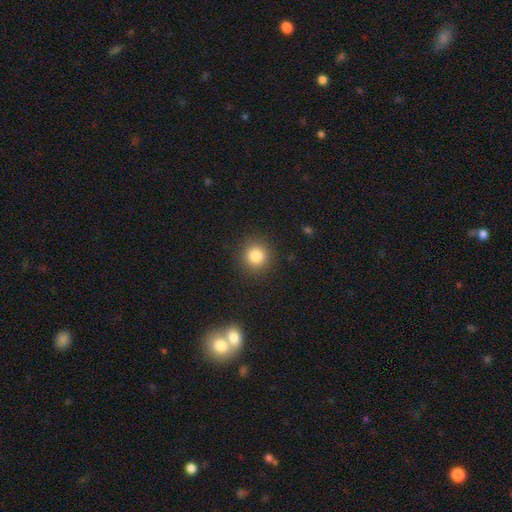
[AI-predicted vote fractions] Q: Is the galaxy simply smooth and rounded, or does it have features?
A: smooth — 82%.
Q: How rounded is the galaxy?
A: round — 91%.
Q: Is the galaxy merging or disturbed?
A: none — 90%.